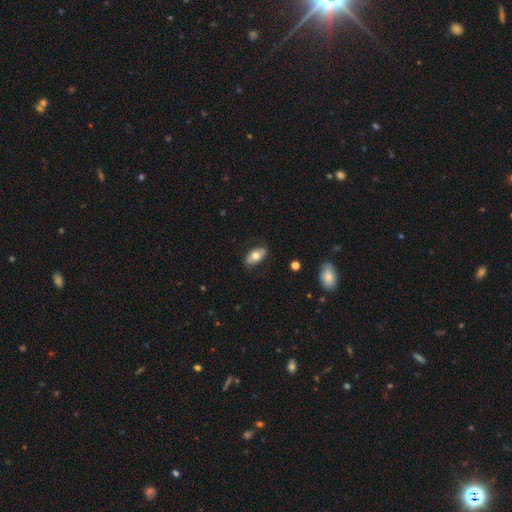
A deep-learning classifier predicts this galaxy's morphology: Smooth or featured: smooth — 64% (featured or disk — 29%)
How rounded: in between — 90% (round — 5%)
Merging: none — 80% (minor disturbance — 15%)